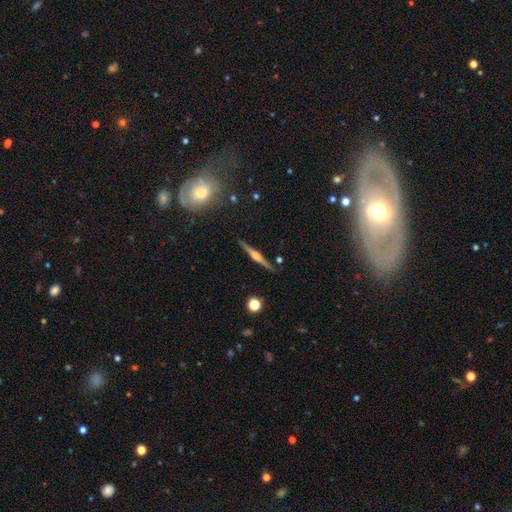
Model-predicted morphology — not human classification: A featured or disk galaxy (79%) viewed edge-on (98%) with a rounded central bulge (80%).

Vote fractions:
- Smooth or featured? featured or disk: 79% / smooth: 14% / star or artifact: 7%
- Edge-on disk? yes: 98% / no: 2%
- Edge-on bulge? rounded: 80% / boxy: 15% / none: 5%
- Merging? none: 90% / minor disturbance: 7% / merger: 2% / major disturbance: 2%